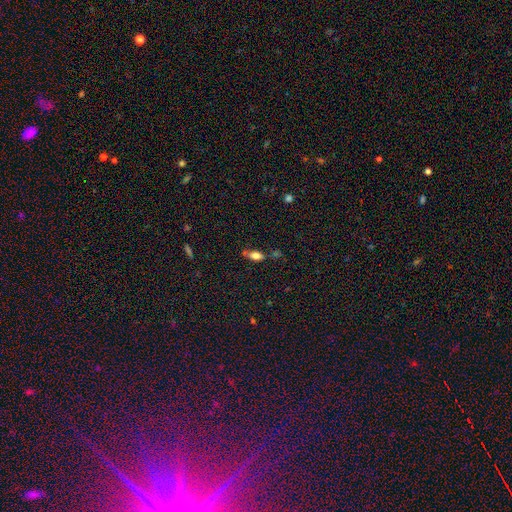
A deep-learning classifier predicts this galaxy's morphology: Smooth or featured? smooth (72%)
How rounded? in between (82%)
Merging? none (59%)